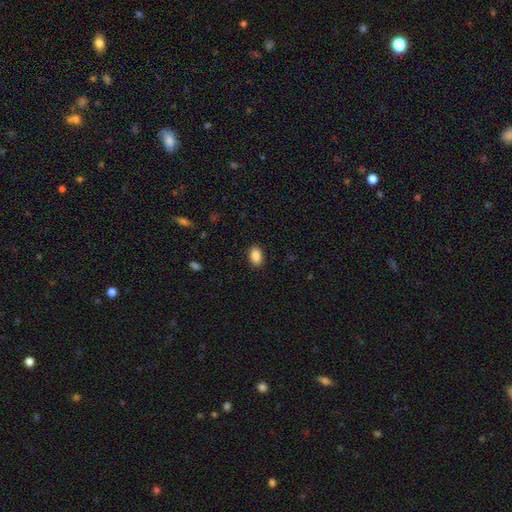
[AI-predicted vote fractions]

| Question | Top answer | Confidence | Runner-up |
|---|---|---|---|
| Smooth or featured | smooth | 89% | star or artifact (8%) |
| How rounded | in between | 89% | round (10%) |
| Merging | none | 89% | minor disturbance (8%) |